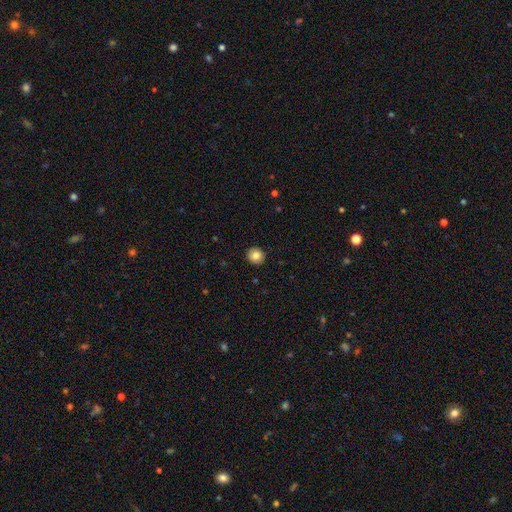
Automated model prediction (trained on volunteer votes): smooth 83%, star or artifact 9%, featured or disk 8%. Down the decision tree: how rounded — round (91%); merging — none (93%).